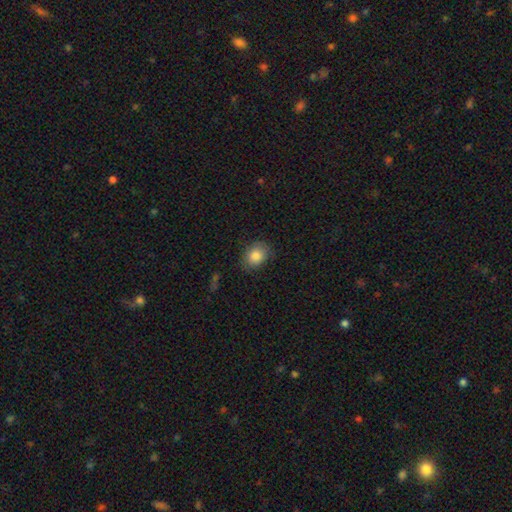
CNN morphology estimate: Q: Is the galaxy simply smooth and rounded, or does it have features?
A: smooth — 85%.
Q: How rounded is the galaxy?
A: in between — 57%.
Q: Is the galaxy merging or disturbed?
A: none — 78%.